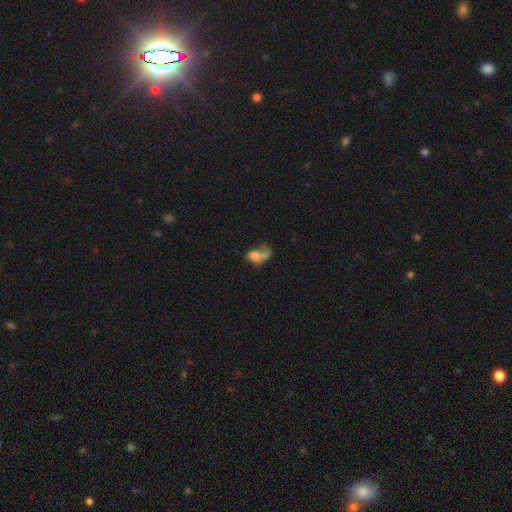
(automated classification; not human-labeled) smooth 51%, featured or disk 39%, star or artifact 11%. Down the decision tree: how rounded — in between (77%); merging — major disturbance (48%).